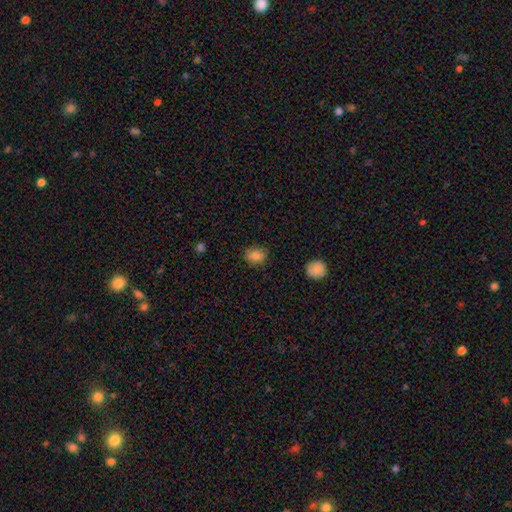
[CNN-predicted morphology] A smooth galaxy with no disk features (85%) that is round (65%).

Vote fractions:
- Smooth or featured? smooth: 85% / star or artifact: 10% / featured or disk: 5%
- How rounded? round: 65% / in between: 34% / cigar-shaped: 1%
- Merging? none: 84% / minor disturbance: 12% / major disturbance: 3% / merger: 1%